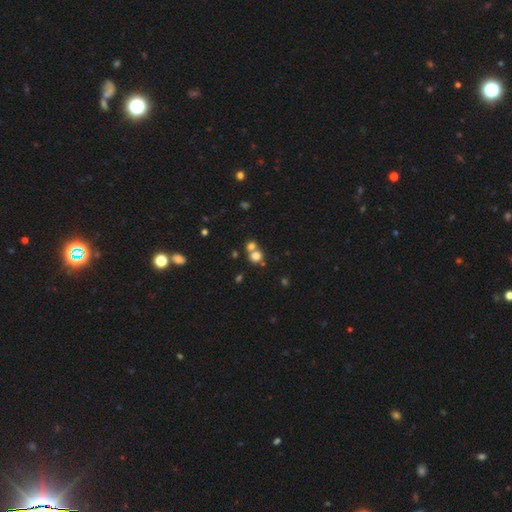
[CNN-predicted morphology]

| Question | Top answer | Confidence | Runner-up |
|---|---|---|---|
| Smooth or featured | smooth | 74% | star or artifact (15%) |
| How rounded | round | 79% | in between (20%) |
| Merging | merger | 46% | none (44%) |